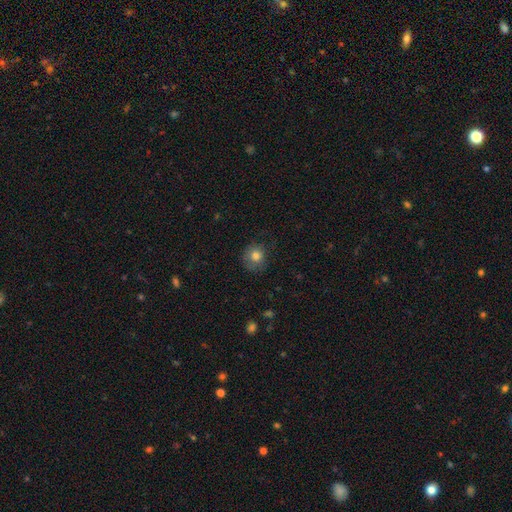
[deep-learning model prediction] This appears to be a smooth galaxy with no disk features (79%) that is round (84%). Merging: none (72%).